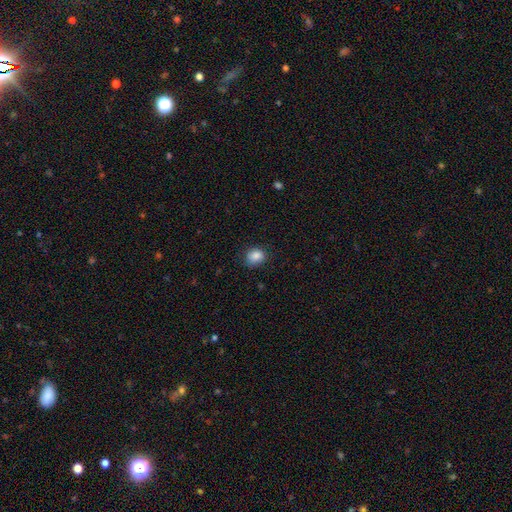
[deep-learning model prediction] Smooth or featured: smooth — 86% (star or artifact — 9%)
How rounded: round — 64% (in between — 35%)
Merging: none — 77% (minor disturbance — 18%)